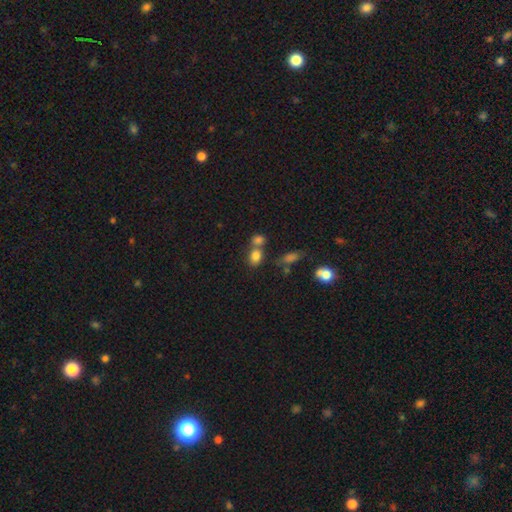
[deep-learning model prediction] A smooth galaxy with no disk features (80%) that is in between round and cigar-shaped (55%).

Vote fractions:
- Smooth or featured? smooth: 80% / star or artifact: 12% / featured or disk: 8%
- How rounded? in between: 55% / round: 43% / cigar-shaped: 2%
- Merging? none: 45% / merger: 40% / minor disturbance: 10% / major disturbance: 4%